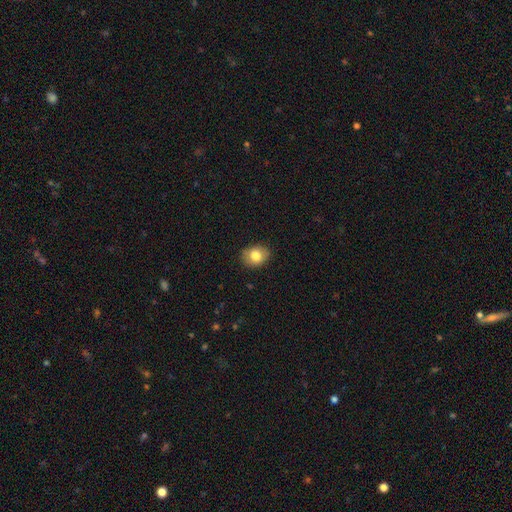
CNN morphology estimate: Smooth or featured?
  - smooth: 80% *
  - featured or disk: 12%
  - star or artifact: 9%
How rounded?
  - in between: 54% *
  - round: 45%
  - cigar-shaped: 1%
Merging?
  - none: 84% *
  - minor disturbance: 12%
  - major disturbance: 2%
  - merger: 1%